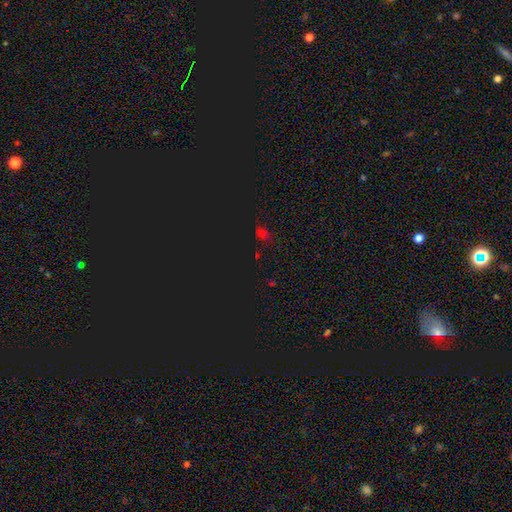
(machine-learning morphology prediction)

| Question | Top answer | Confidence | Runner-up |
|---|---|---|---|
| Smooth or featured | star or artifact | 72% | smooth (21%) |